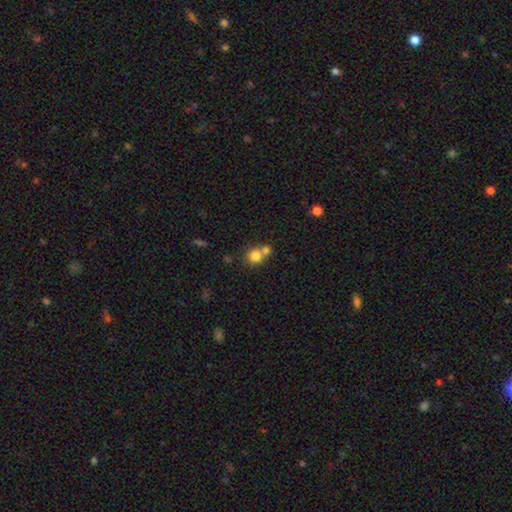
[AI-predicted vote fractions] Smooth or featured? smooth (80%)
How rounded? round (84%)
Merging? merger (48%)